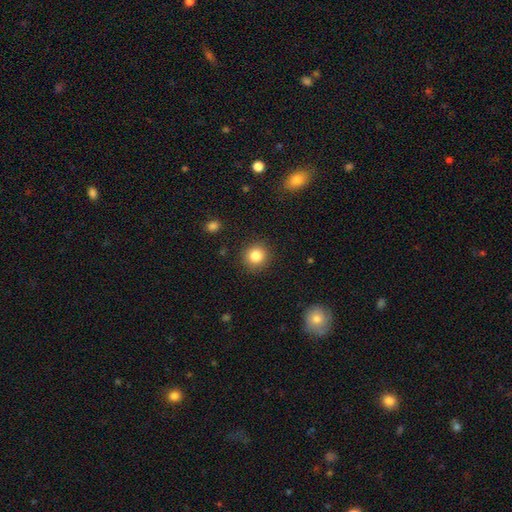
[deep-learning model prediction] Smooth or featured: smooth — 84% (star or artifact — 10%)
How rounded: round — 91% (in between — 8%)
Merging: none — 90% (minor disturbance — 7%)